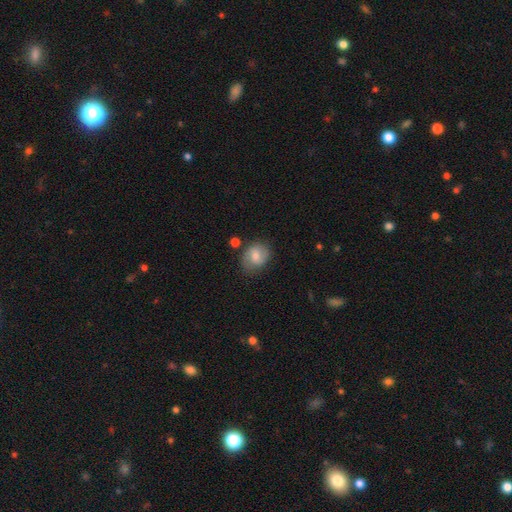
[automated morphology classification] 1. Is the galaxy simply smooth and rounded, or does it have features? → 52% smooth, 40% featured or disk, 8% star or artifact.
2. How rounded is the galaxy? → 54% round, 45% in between, 1% cigar-shaped.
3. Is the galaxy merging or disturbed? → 70% none, 20% minor disturbance, 6% major disturbance, 4% merger.